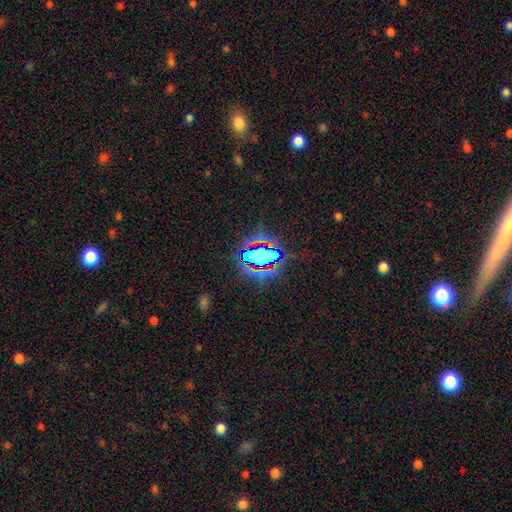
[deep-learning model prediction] smooth_or_featured: star or artifact (p=0.56) [alt: smooth p=0.29]